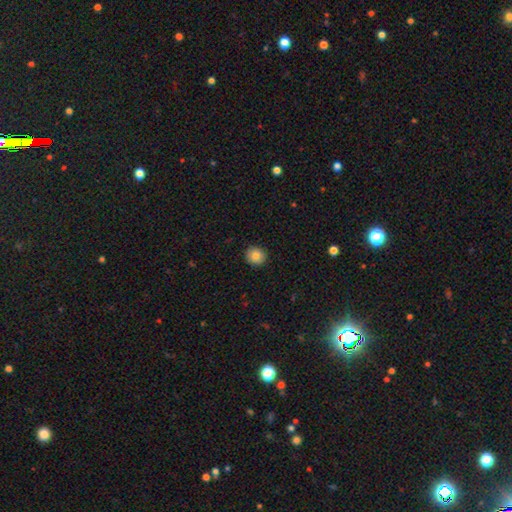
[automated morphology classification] This is clearly a smooth galaxy (82%). How rounded: clearly round (88%). Merging: clearly none (91%).